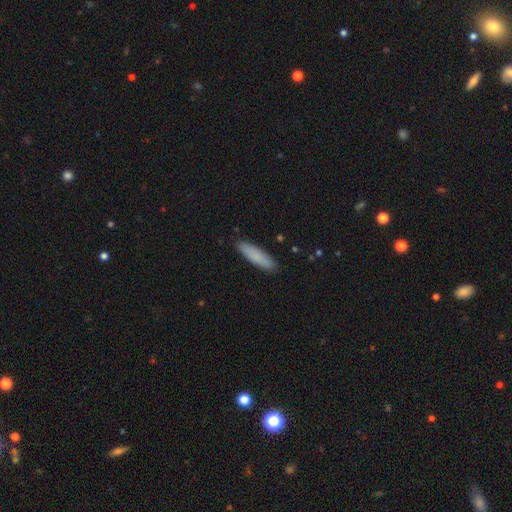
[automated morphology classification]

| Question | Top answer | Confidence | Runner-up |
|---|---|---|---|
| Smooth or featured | smooth | 85% | featured or disk (9%) |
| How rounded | cigar-shaped | 72% | in between (27%) |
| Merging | none | 89% | minor disturbance (8%) |